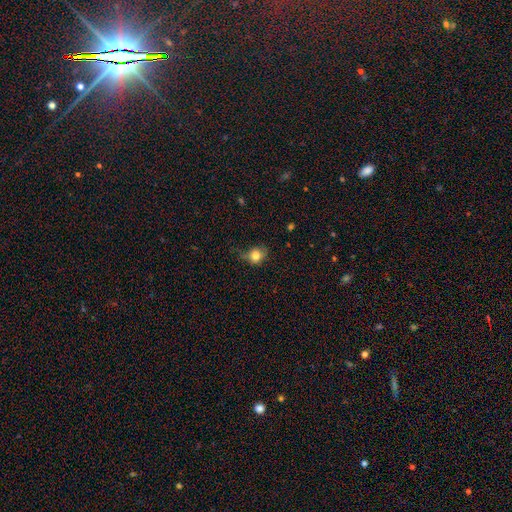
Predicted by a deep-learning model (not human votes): Smooth or featured?
  - smooth: 78% *
  - featured or disk: 11%
  - star or artifact: 11%
How rounded?
  - round: 69% *
  - in between: 29%
  - cigar-shaped: 1%
Merging?
  - none: 48% *
  - minor disturbance: 35%
  - major disturbance: 16%
  - merger: 2%